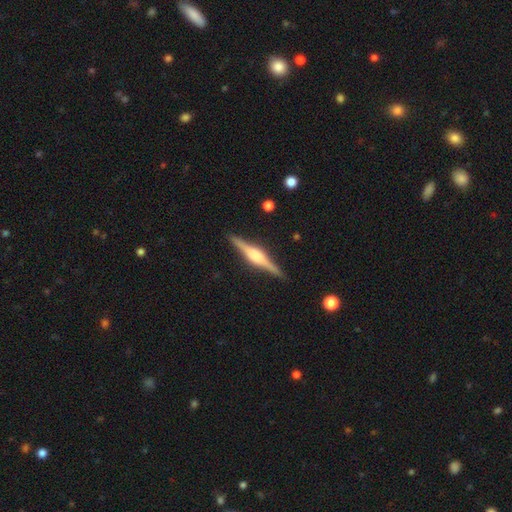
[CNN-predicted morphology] Smooth or featured? featured or disk (82%)
Edge-on disk? yes (98%)
Edge-on bulge? rounded (71%)
Merging? none (90%)